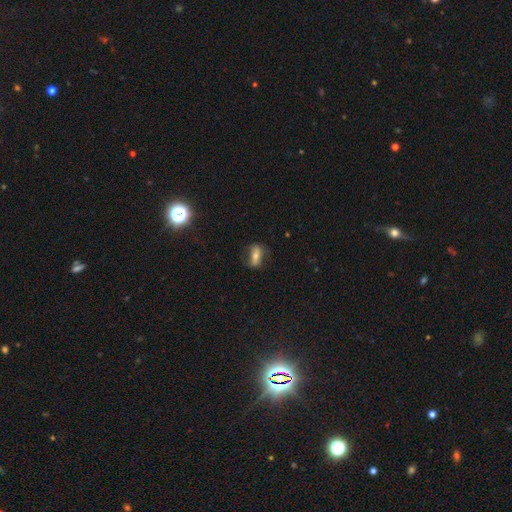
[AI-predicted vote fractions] smooth-or-featured: smooth: 53% | featured or disk: 36% | star or artifact: 11%
  how-rounded: in between: 74% | cigar-shaped: 16% | round: 10%
  merging: none: 70% | minor disturbance: 19% | major disturbance: 9% | merger: 2%